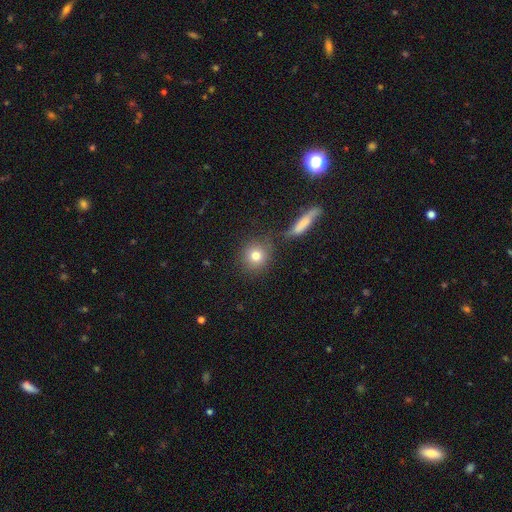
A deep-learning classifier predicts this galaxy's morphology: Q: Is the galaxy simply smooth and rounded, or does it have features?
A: smooth — 79%.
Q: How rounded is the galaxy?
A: round — 88%.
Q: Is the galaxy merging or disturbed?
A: none — 78%.